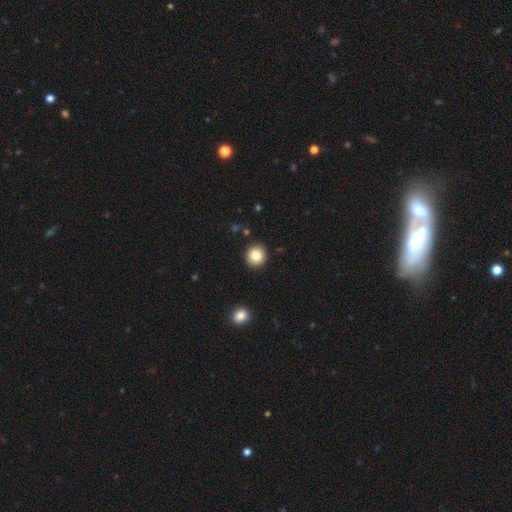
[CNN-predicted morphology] type=smooth (84%); roundness=round (92%); merging=none (92%).